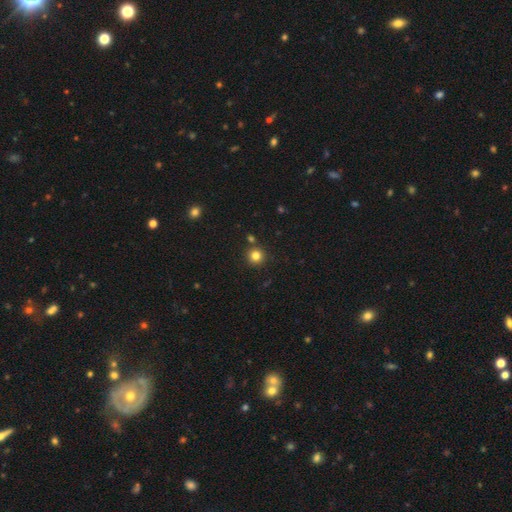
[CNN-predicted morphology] This appears to be a smooth galaxy with no disk features (81%) that is round (95%). Merging: none (86%).